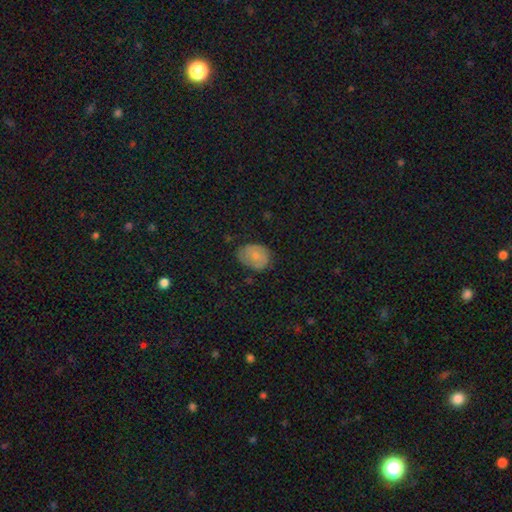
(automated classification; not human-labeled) Q: Smooth or featured?
A: smooth (71%); runner-up: featured or disk (21%)
Q: How rounded?
A: in between (65%); runner-up: round (34%)
Q: Merging?
A: none (60%); runner-up: minor disturbance (30%)